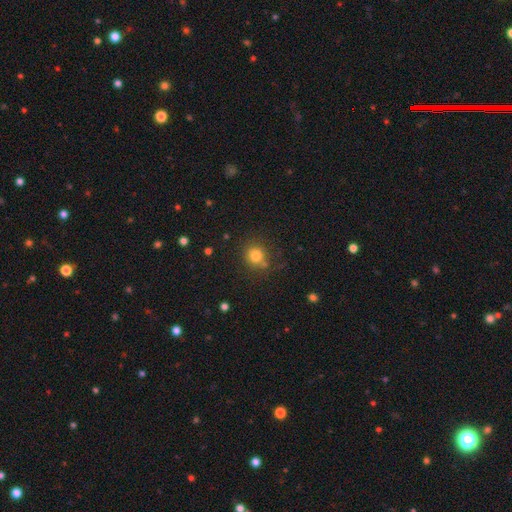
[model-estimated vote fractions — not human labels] A smooth galaxy with no disk features (80%) that is round (89%).

Vote fractions:
- Smooth or featured? smooth: 80% / star or artifact: 13% / featured or disk: 7%
- How rounded? round: 89% / in between: 10% / cigar-shaped: 1%
- Merging? none: 74% / minor disturbance: 13% / merger: 9% / major disturbance: 5%